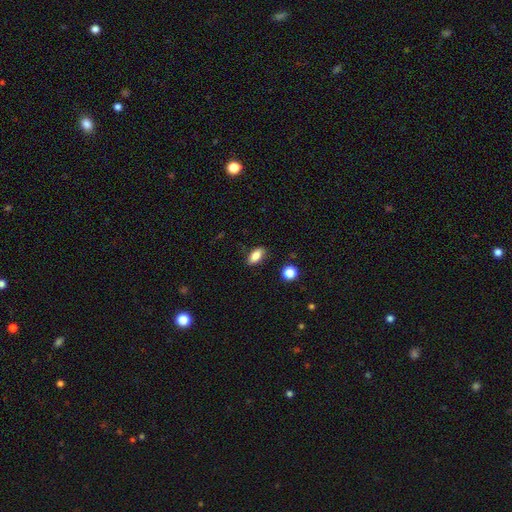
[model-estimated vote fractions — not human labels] A smooth galaxy with no disk features (83%) that is in between round and cigar-shaped (86%). Merging: none (84%).